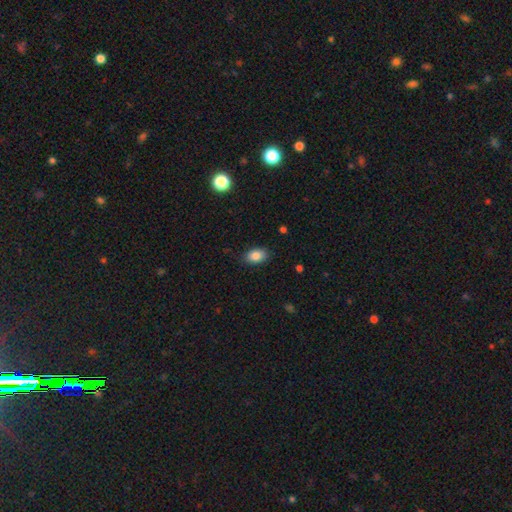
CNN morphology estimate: Overall: smooth (86%). How rounded: in between (86%). Merging: none (84%).